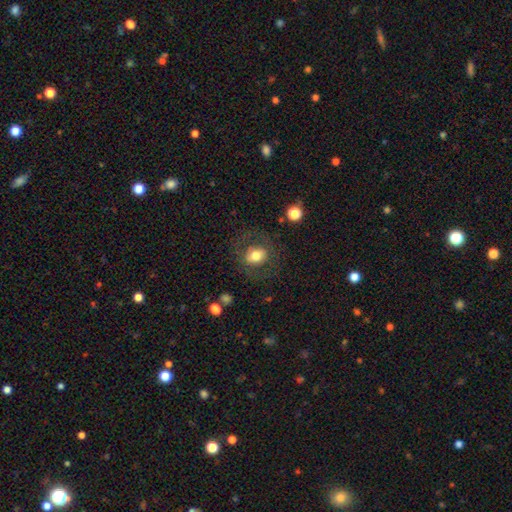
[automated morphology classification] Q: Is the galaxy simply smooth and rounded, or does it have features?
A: smooth — 68%.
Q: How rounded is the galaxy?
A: round — 58%.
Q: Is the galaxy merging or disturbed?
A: none — 75%.